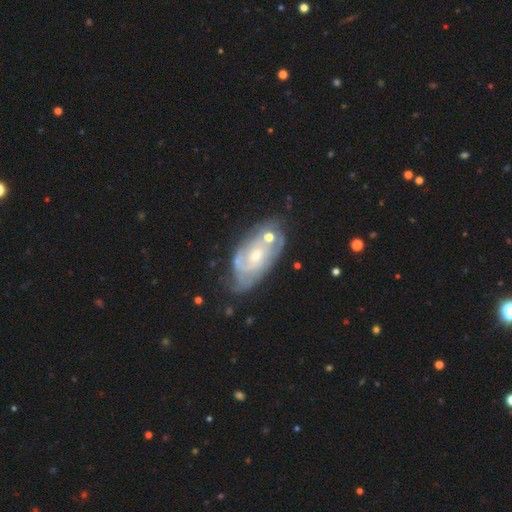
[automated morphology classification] Smooth or featured? featured or disk (78%)
Edge-on disk? no (94%)
Bar? no (69%)
Spiral arms? yes (85%)
Spiral winding? tight (59%)
Spiral arm count? can't tell (43%)
Bulge size? small (53%)
Merging? none (51%)